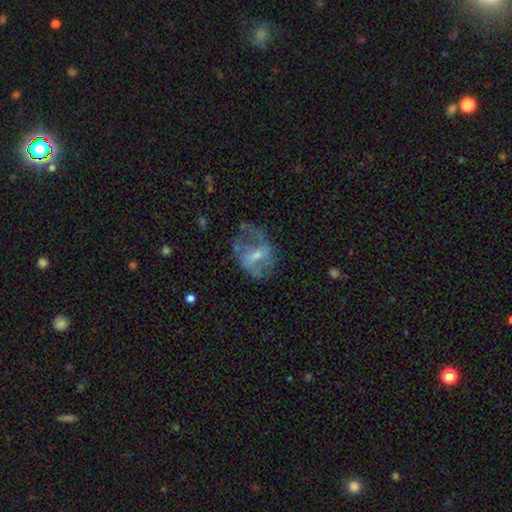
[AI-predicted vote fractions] This is likely a featured or disk galaxy (69%). It is clearly not viewed edge-on (96%). Bar: possibly weak (47%). Spiral arm pattern: likely yes (68%). Central bulge: possibly small (47%). Merging: possibly none (50%).